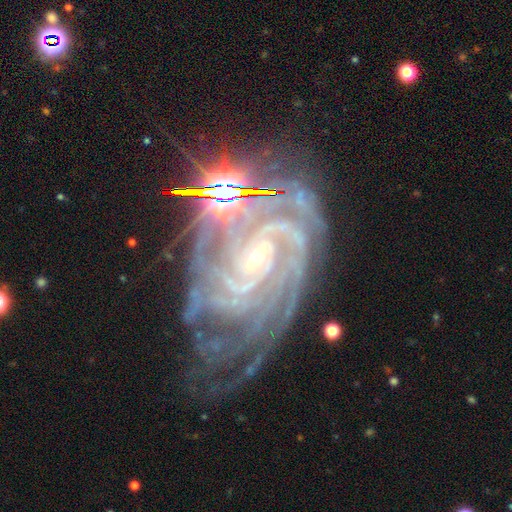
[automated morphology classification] type=featured or disk (90%); edge-on=no (97%); bar=no (50%); spiral arms=yes (98%); winding=tight (72%); arm count=4 (28%); bulge=small (85%); merging=none (60%).